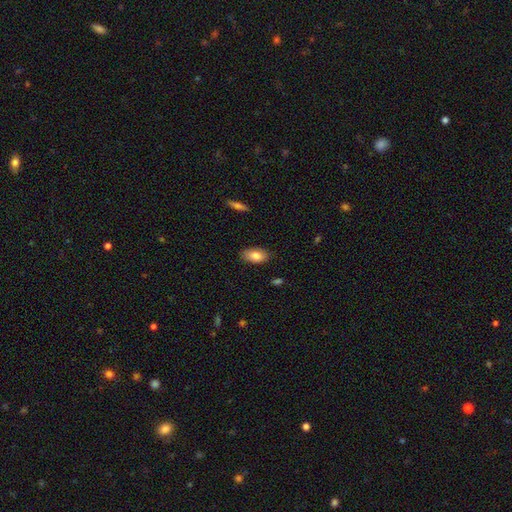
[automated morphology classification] This is clearly a smooth galaxy (82%). How rounded: clearly in between (93%). Merging: clearly none (85%).